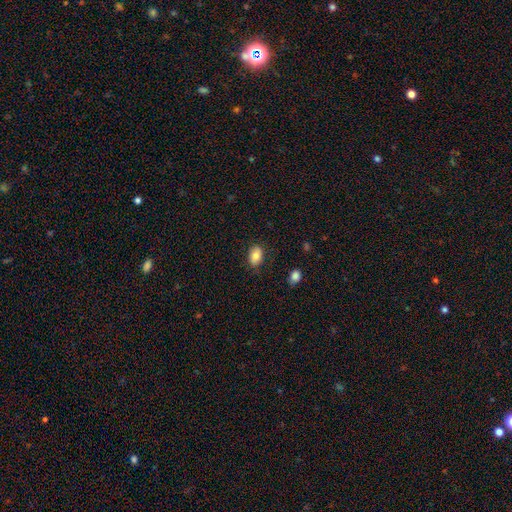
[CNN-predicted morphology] type=smooth (84%); roundness=in between (85%); merging=none (83%).